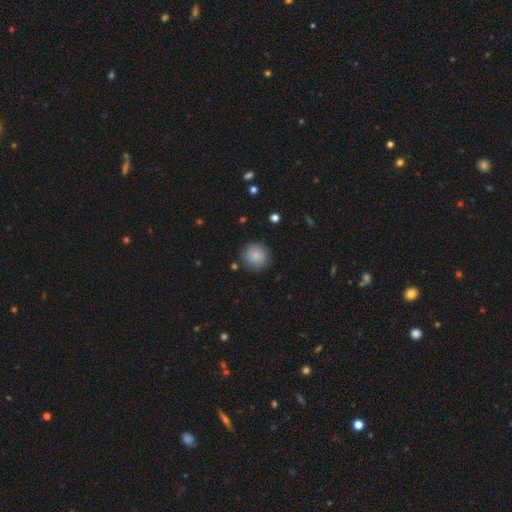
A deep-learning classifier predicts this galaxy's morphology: The model was most divided on "smooth or featured": smooth: 82%, featured or disk: 10%, star or artifact: 8%. More confident: how rounded — round (93%); merging — none (87%).